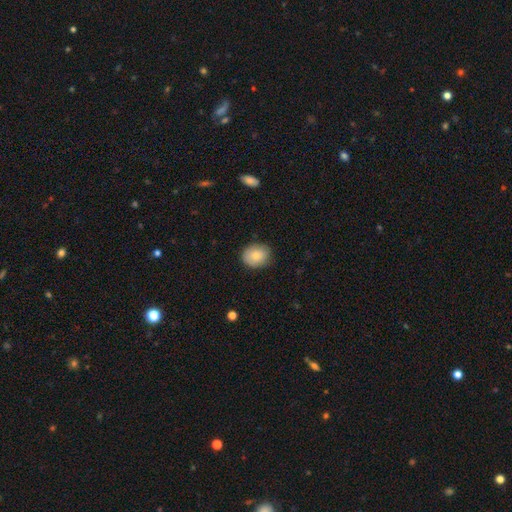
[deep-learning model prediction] Smooth or featured?
  - smooth: 82% *
  - featured or disk: 11%
  - star or artifact: 7%
How rounded?
  - round: 59% *
  - in between: 40%
  - cigar-shaped: 1%
Merging?
  - none: 81% *
  - minor disturbance: 15%
  - major disturbance: 3%
  - merger: 1%